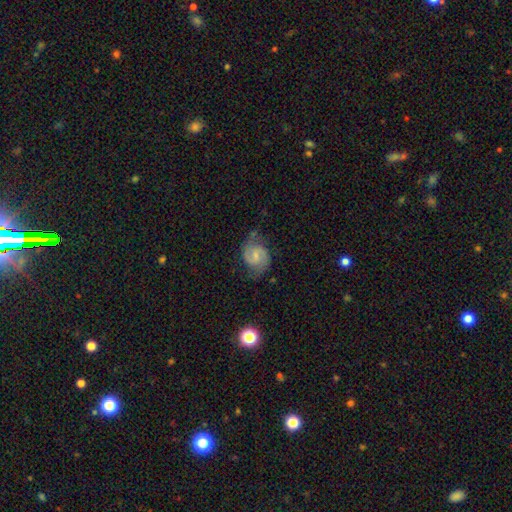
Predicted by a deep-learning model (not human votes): Smooth or featured: featured or disk — 82% (smooth — 12%)
Edge-on disk: no — 98% (yes — 2%)
Bar: weak — 59% (no — 29%)
Spiral arms: yes — 96% (no — 4%)
Spiral winding: medium — 56% (tight — 24%)
Spiral arm count: 2 — 91% (can't tell — 4%)
Bulge size: small — 53% (moderate — 26%)
Merging: none — 70% (minor disturbance — 21%)